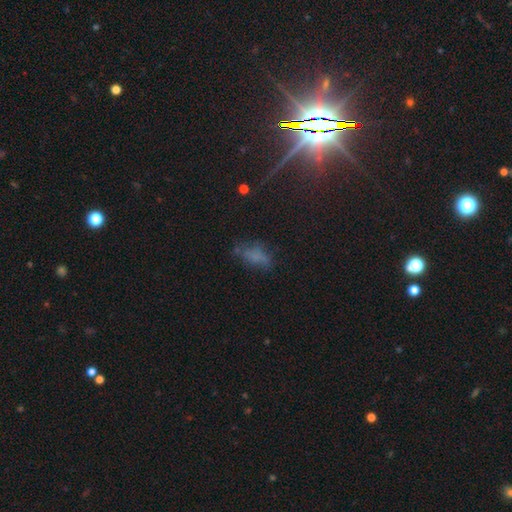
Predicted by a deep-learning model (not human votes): Smooth or featured: smooth — 52% (star or artifact — 24%)
How rounded: in between — 82% (cigar-shaped — 11%)
Merging: none — 51% (minor disturbance — 25%)